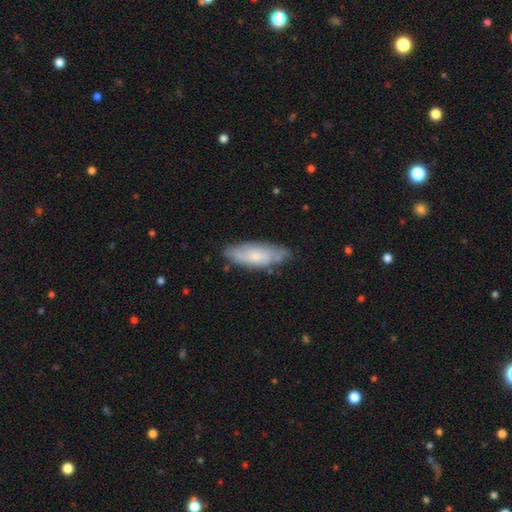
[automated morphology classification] This appears to be a smooth galaxy with no disk features (52%) that is in between round and cigar-shaped (67%). Merging: none (69%).